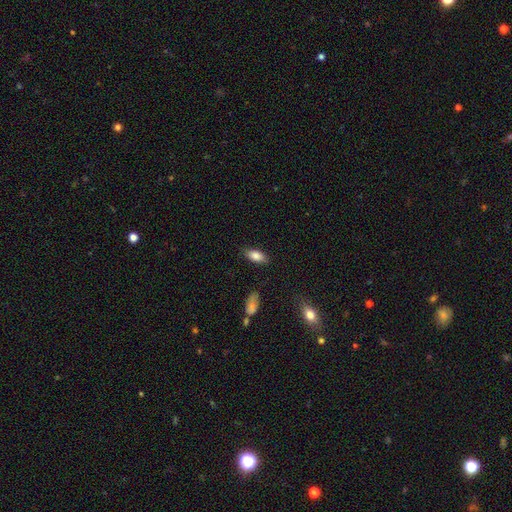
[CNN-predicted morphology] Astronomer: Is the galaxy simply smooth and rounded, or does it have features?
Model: smooth — 83%.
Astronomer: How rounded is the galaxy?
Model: in between — 87%.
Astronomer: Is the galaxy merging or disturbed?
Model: none — 83%.